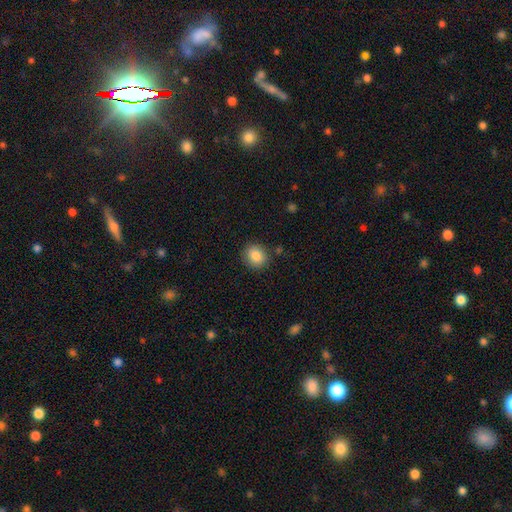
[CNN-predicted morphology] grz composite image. It shows a smooth galaxy with no disk features (86%) that is round (70%). Merging: none (85%).